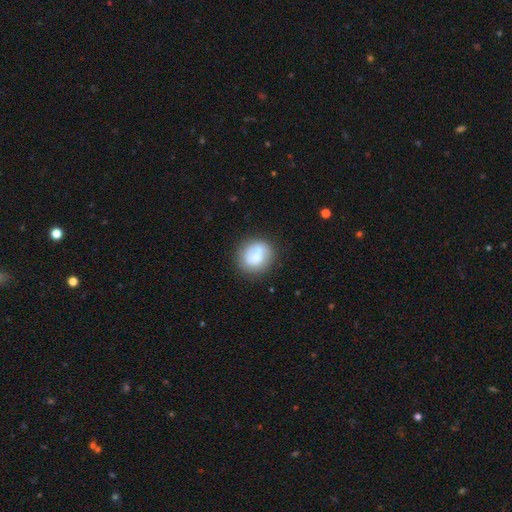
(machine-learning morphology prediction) This appears to be a smooth galaxy with no disk features (72%) that is round (77%). Merging: none (70%).